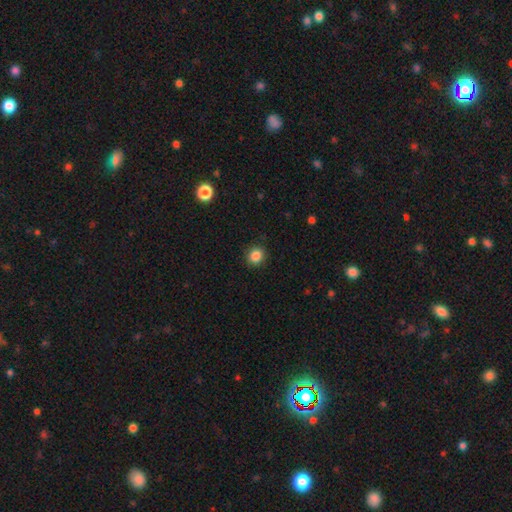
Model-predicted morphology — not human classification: Smooth or featured? Predicted: smooth (p=0.86). How rounded? Predicted: round (p=0.83). Merging? Predicted: none (p=0.89).